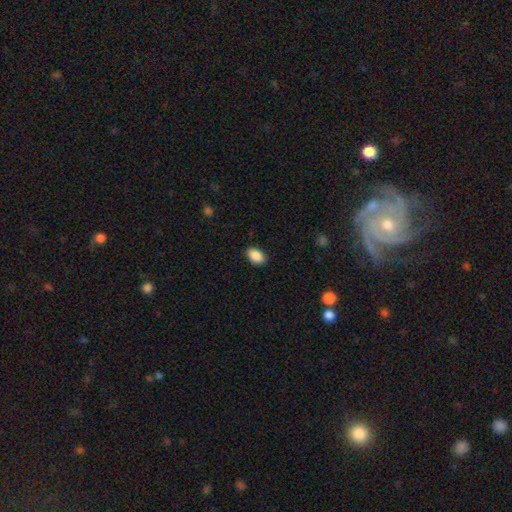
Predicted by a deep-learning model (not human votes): A smooth galaxy with no disk features (89%) that is in between round and cigar-shaped (88%).

Vote fractions:
- Smooth or featured? smooth: 89% / star or artifact: 7% / featured or disk: 3%
- How rounded? in between: 88% / round: 11% / cigar-shaped: 1%
- Merging? none: 89% / minor disturbance: 8% / major disturbance: 2% / merger: 1%